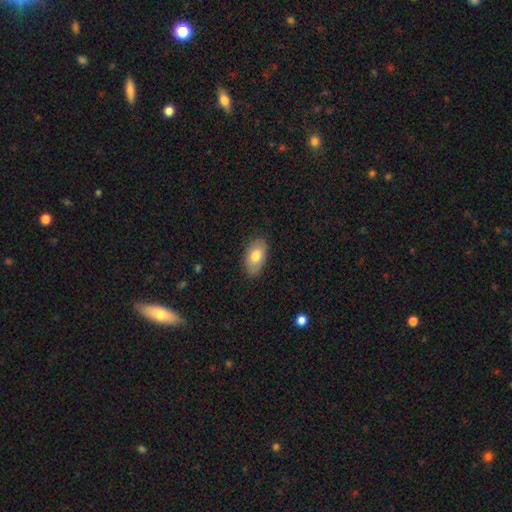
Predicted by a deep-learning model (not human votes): This is likely a smooth galaxy (76%). How rounded: clearly in between (93%). Merging: clearly none (84%).